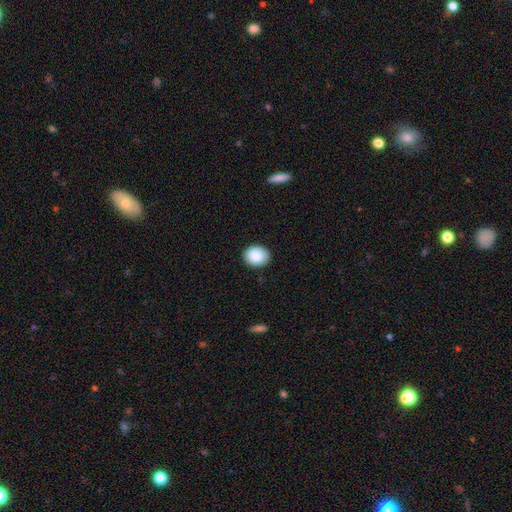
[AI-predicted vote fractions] smooth_or_featured: smooth (p=0.88) [alt: star or artifact p=0.08]
how_rounded: round (p=0.62) [alt: in between p=0.37]
merging: none (p=0.88) [alt: minor disturbance p=0.09]